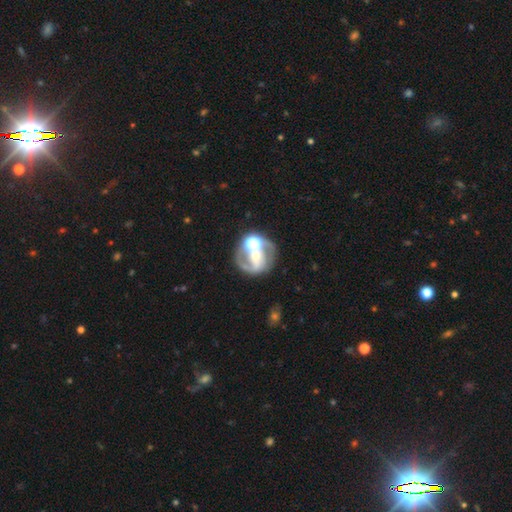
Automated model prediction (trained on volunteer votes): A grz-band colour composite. It shows a featured or disk galaxy (74%) with no bar (37%), 2 (83%) medium (50%) spiral arms (81%) and a moderate central bulge (50%). Merging: none (55%).